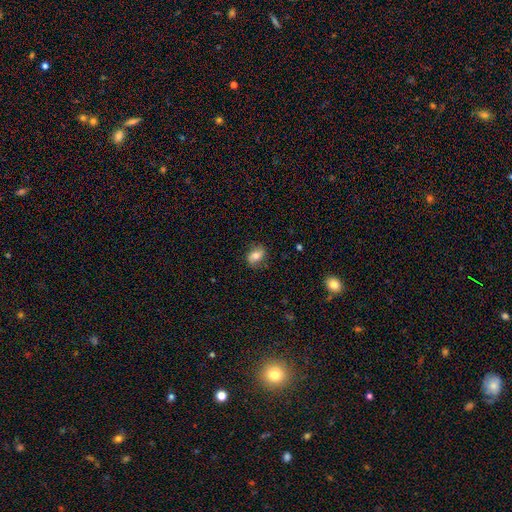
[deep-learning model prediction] smooth_or_featured: smooth (p=0.66) [alt: featured or disk p=0.25]
how_rounded: in between (p=0.77) [alt: round p=0.20]
merging: none (p=0.81) [alt: minor disturbance p=0.15]